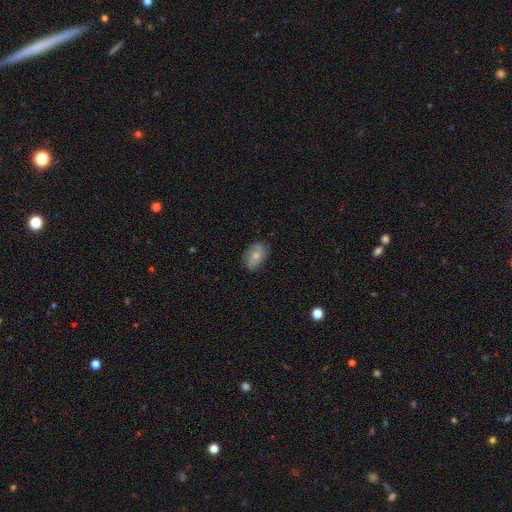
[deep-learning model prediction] Smooth or featured? smooth (66%)
How rounded? in between (87%)
Merging? none (75%)